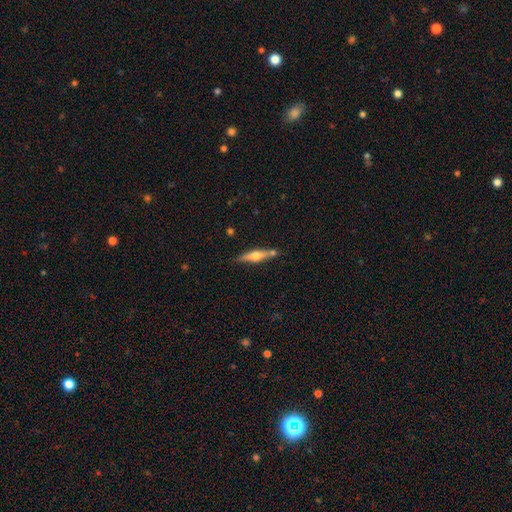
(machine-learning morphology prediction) smooth_or_featured: featured or disk (p=0.60) [alt: smooth p=0.34]
disk_edge_on: yes (p=0.95) [alt: no p=0.05]
edge_on_bulge: rounded (p=0.93) [alt: boxy p=0.04]
merging: none (p=0.75) [alt: minor disturbance p=0.12]